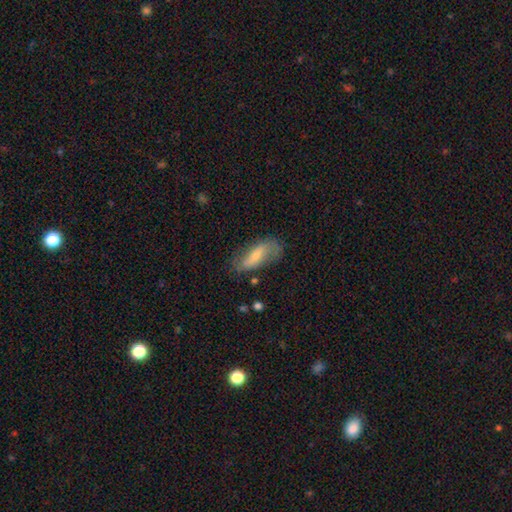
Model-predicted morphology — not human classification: smooth-or-featured: smooth: 52% | featured or disk: 40% | star or artifact: 7%
  how-rounded: in between: 68% | cigar-shaped: 29% | round: 3%
  merging: none: 63% | minor disturbance: 25% | major disturbance: 10% | merger: 2%